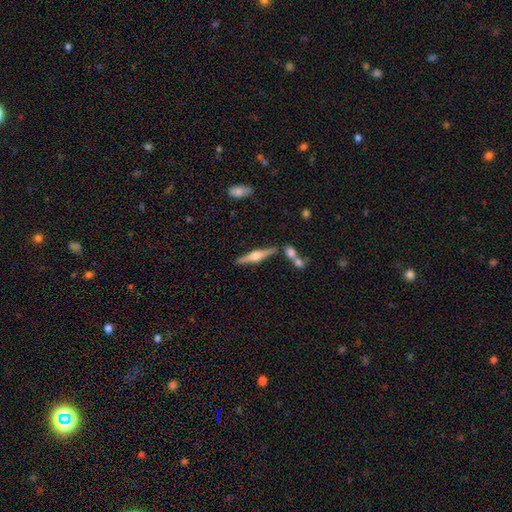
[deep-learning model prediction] This is likely a featured or disk galaxy (73%). It is clearly viewed edge-on (97%). Edge-on bulge: clearly rounded (92%). Merging: clearly none (81%).